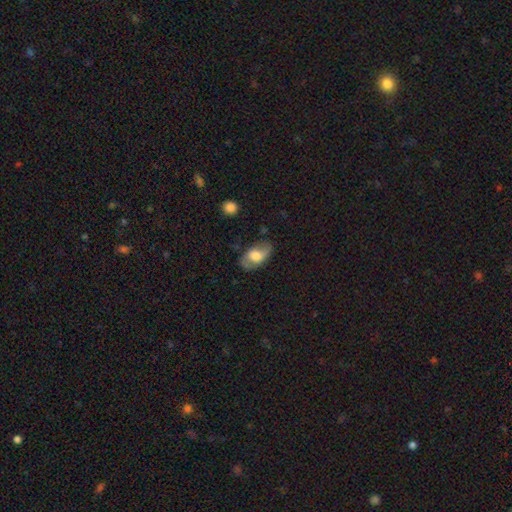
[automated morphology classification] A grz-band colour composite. It shows a smooth galaxy with no disk features (47%). Merging: none (71%).